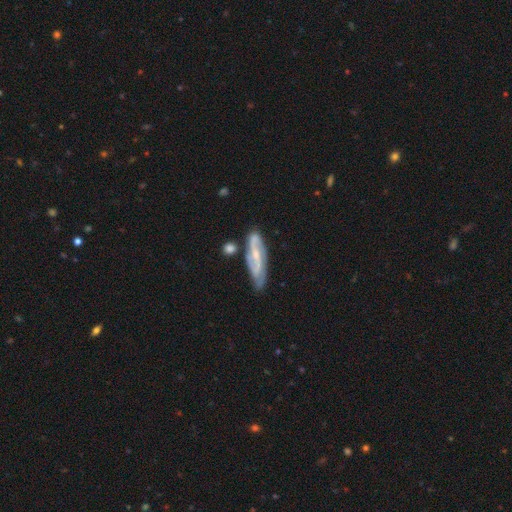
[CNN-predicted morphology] This appears to be a featured or disk galaxy (76%) with a weak bar (40%), 2 (78%) medium (46%) spiral arms (92%) and a small central bulge (62%). Merging: none (65%).